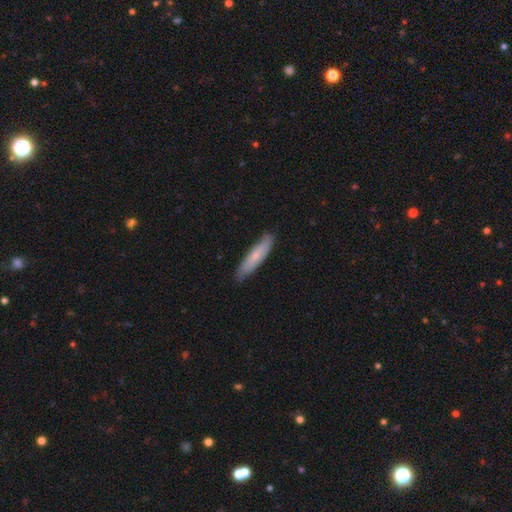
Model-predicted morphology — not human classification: This is likely a smooth galaxy (68%). How rounded: clearly cigar-shaped (83%). Merging: clearly none (84%).